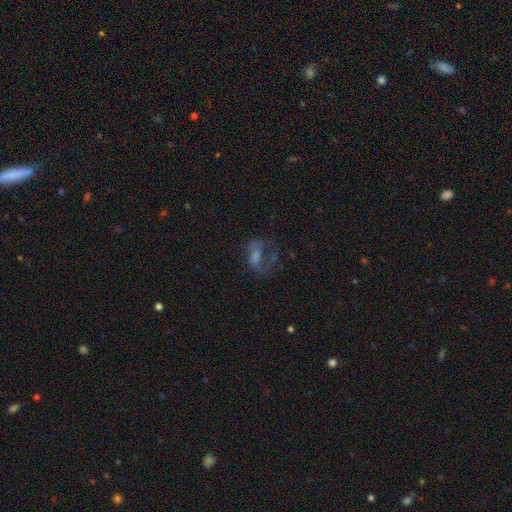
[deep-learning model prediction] Smooth or featured? Predicted: featured or disk (p=0.51). Edge-on disk? Predicted: no (p=0.97). Merging? Predicted: major disturbance (p=0.45).